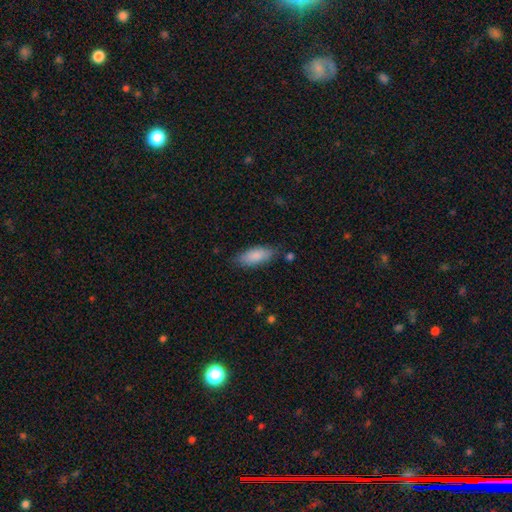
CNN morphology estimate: This appears to be a smooth galaxy with no disk features (86%) that is in between round and cigar-shaped (79%). Merging: none (76%).